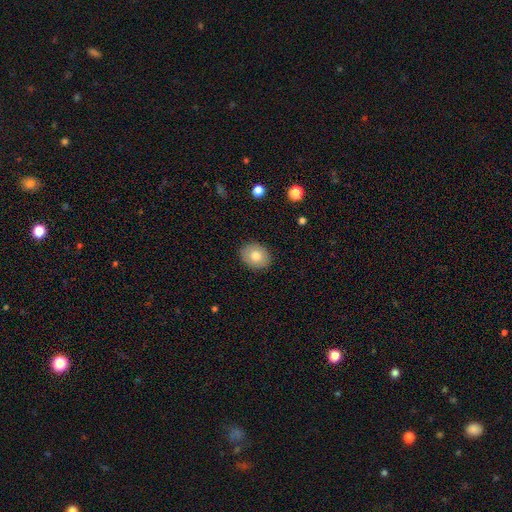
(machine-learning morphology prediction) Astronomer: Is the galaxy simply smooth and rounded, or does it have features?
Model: smooth — 76%.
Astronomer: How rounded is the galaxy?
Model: round — 50%, tied with in between at 50%.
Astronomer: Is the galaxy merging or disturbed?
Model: none — 89%.